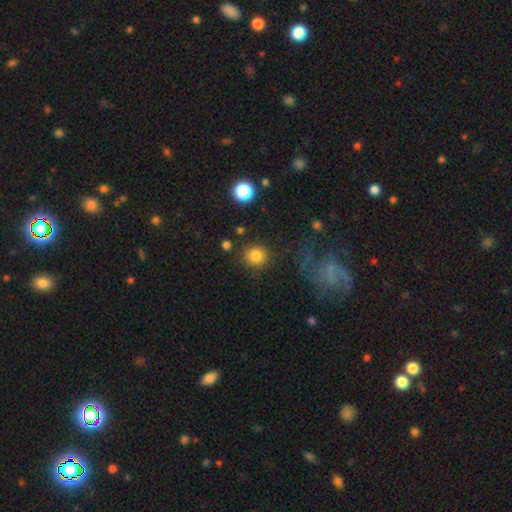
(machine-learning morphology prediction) The model was most divided on "smooth or featured": smooth: 83%, star or artifact: 12%, featured or disk: 6%. More confident: how rounded — round (88%); merging — none (84%).